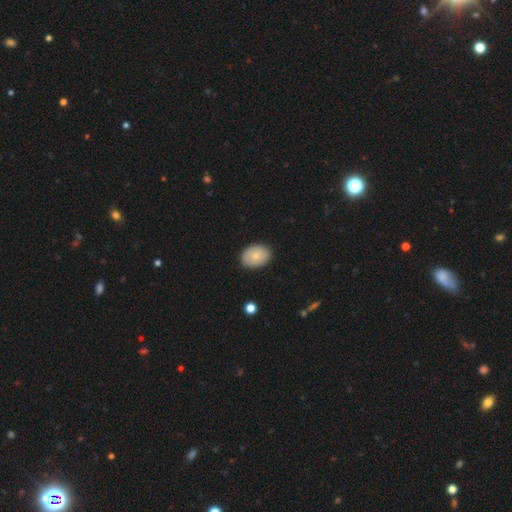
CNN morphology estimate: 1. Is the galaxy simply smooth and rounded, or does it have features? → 78% smooth, 15% featured or disk, 7% star or artifact.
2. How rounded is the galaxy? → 79% in between, 20% round, 1% cigar-shaped.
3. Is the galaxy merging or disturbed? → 88% none, 9% minor disturbance, 2% major disturbance, 1% merger.